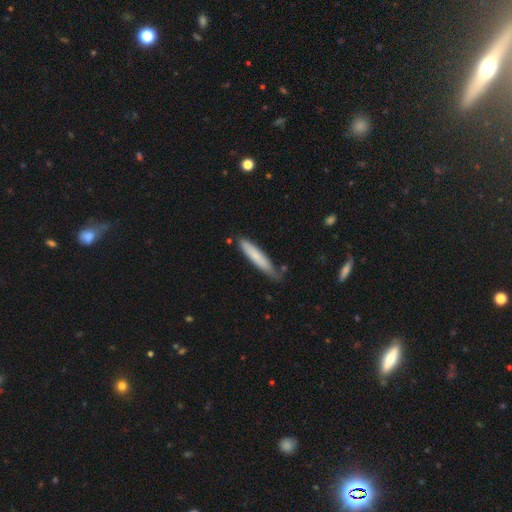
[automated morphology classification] The model was most divided on "merging": none: 71%, minor disturbance: 22%, major disturbance: 3%, merger: 3%. More confident: how rounded — cigar-shaped (91%); smooth or featured — smooth (74%).